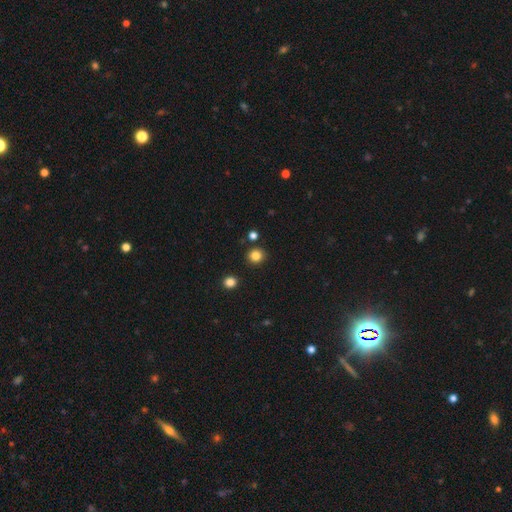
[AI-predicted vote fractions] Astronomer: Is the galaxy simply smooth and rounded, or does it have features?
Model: smooth — 83%.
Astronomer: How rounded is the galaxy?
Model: round — 90%.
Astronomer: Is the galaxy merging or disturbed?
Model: none — 89%.